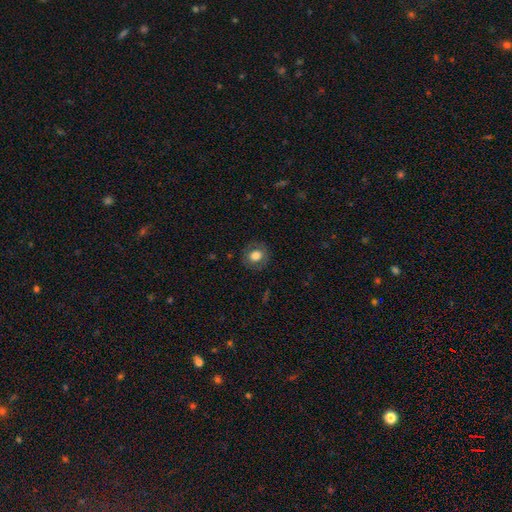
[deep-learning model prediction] Smooth or featured?
  - smooth: 74% *
  - featured or disk: 17%
  - star or artifact: 9%
How rounded?
  - round: 78% *
  - in between: 21%
  - cigar-shaped: 1%
Merging?
  - none: 84% *
  - minor disturbance: 11%
  - major disturbance: 4%
  - merger: 1%